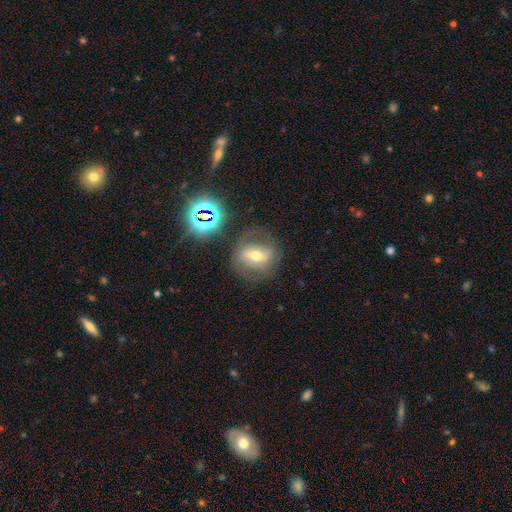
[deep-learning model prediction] Q: Smooth or featured?
A: featured or disk (59%); runner-up: smooth (25%)
Q: Edge-on disk?
A: no (91%); runner-up: yes (9%)
Q: Bar?
A: strong (50%); runner-up: weak (32%)
Q: Spiral arms?
A: yes (63%); runner-up: no (37%)
Q: Bulge size?
A: moderate (67%); runner-up: small (24%)
Q: Merging?
A: none (69%); runner-up: minor disturbance (17%)